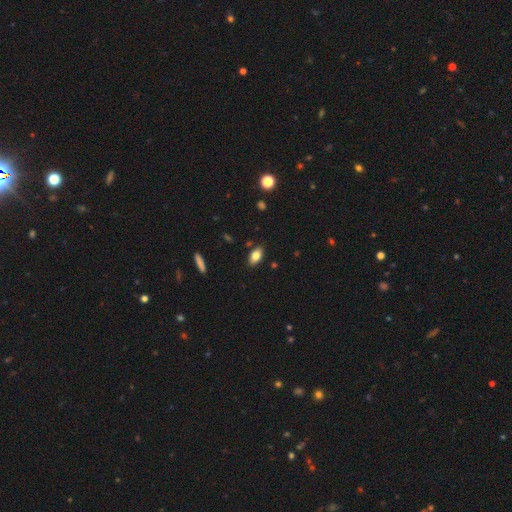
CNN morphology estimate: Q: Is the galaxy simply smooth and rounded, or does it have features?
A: smooth — 82%.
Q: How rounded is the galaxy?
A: in between — 90%.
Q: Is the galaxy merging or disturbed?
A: none — 86%.